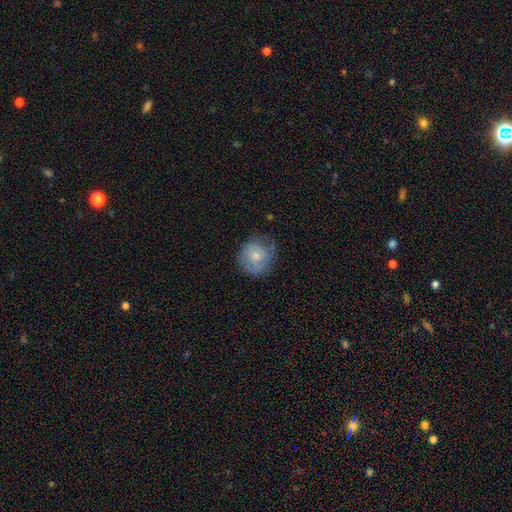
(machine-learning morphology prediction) A smooth galaxy with no disk features (61%) that is round (85%).

Vote fractions:
- Smooth or featured? smooth: 61% / featured or disk: 32% / star or artifact: 7%
- How rounded? round: 85% / in between: 14% / cigar-shaped: 1%
- Merging? none: 62% / minor disturbance: 27% / major disturbance: 10% / merger: 1%